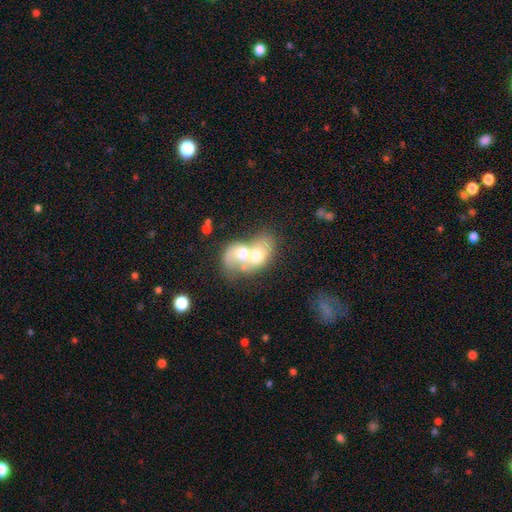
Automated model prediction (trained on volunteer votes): smooth 53%, featured or disk 39%, star or artifact 8%. Down the decision tree: how rounded — in between (69%); merging — merger (82%).